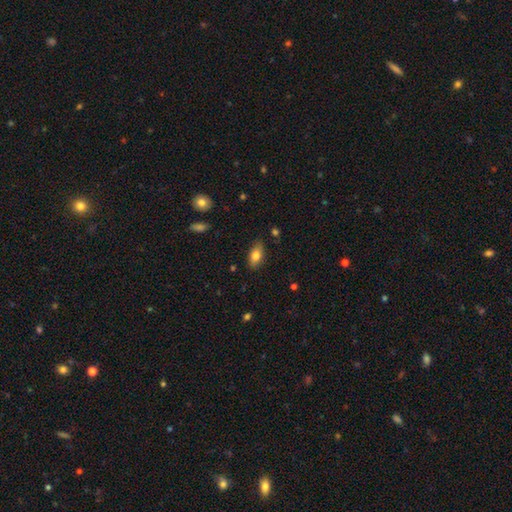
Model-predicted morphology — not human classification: This appears to be a smooth galaxy with no disk features (79%) that is in between round and cigar-shaped (88%). Merging: none (82%).